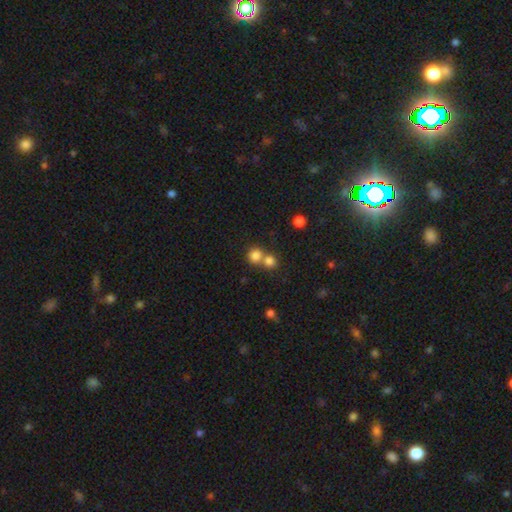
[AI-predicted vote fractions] The model was most divided on "merging": none: 50%, merger: 42%, minor disturbance: 5%, major disturbance: 3%. More confident: how rounded — round (88%); smooth or featured — smooth (81%).